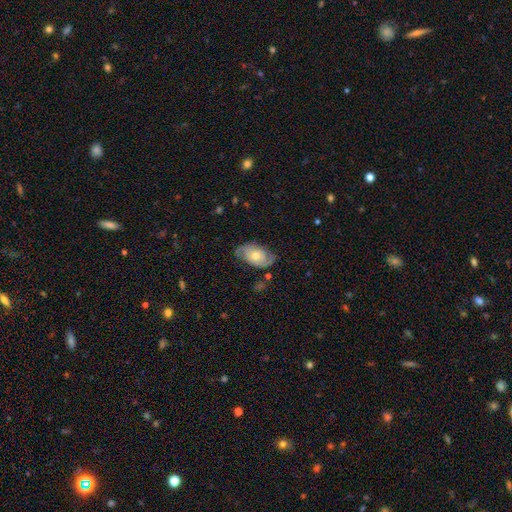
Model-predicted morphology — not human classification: Smooth or featured?
  - featured or disk: 78% *
  - smooth: 16%
  - star or artifact: 6%
Edge-on disk?
  - no: 95% *
  - yes: 5%
Bar?
  - no: 74% *
  - weak: 21%
  - strong: 5%
Spiral arms?
  - yes: 92% *
  - no: 8%
Spiral winding?
  - tight: 43% *
  - medium: 40%
  - loose: 16%
Spiral arm count?
  - 2: 87% *
  - can't tell: 7%
  - 1: 2%
  - 3: 2%
  - 4: 1%
  - more than 4: 1%
Bulge size?
  - moderate: 63% *
  - small: 31%
  - large: 4%
  - none: 1%
  - dominant: 1%
Merging?
  - none: 78% *
  - minor disturbance: 15%
  - major disturbance: 5%
  - merger: 2%